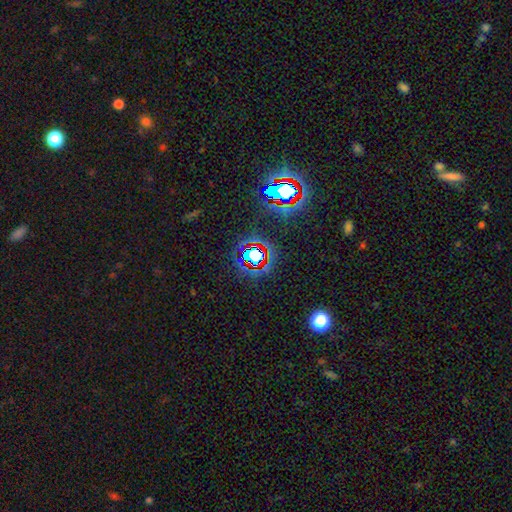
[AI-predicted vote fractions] Overall: star or artifact (69%).